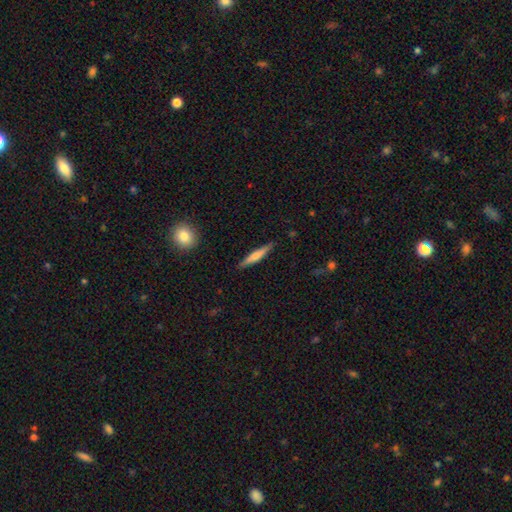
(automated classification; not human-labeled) smooth_or_featured: smooth (p=0.57) [alt: featured or disk p=0.37]
how_rounded: cigar-shaped (p=0.90) [alt: in between p=0.08]
merging: none (p=0.89) [alt: minor disturbance p=0.08]